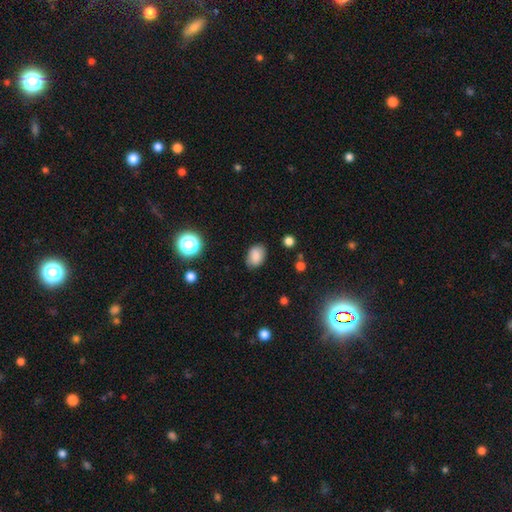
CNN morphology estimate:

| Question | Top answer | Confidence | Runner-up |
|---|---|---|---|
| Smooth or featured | smooth | 85% | star or artifact (10%) |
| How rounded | in between | 81% | round (18%) |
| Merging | none | 83% | minor disturbance (13%) |